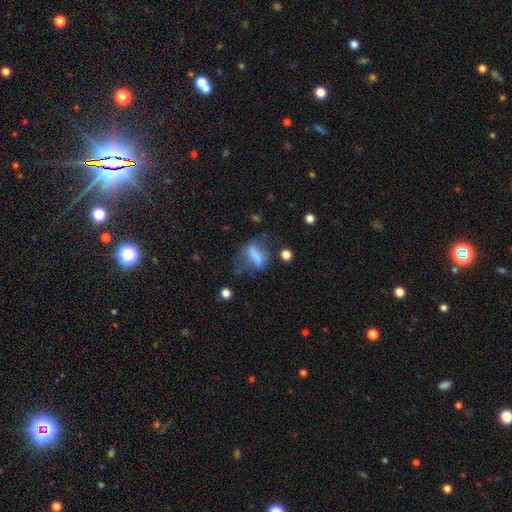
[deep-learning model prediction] smooth_or_featured: smooth (p=0.59) [alt: featured or disk p=0.29]
how_rounded: in between (p=0.67) [alt: cigar-shaped p=0.21]
merging: major disturbance (p=0.36) [alt: none p=0.32]